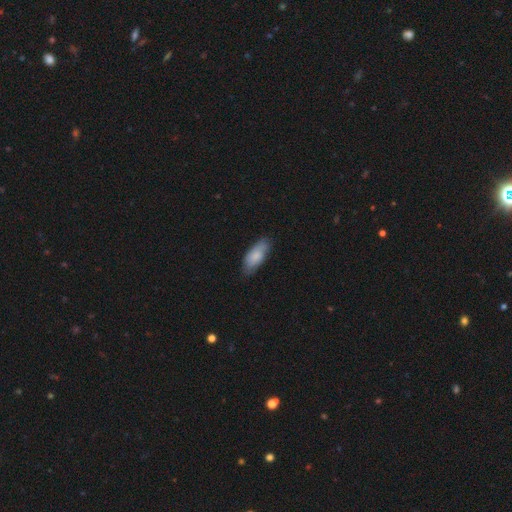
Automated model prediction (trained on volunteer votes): A smooth galaxy with no disk features (76%) that is in between round and cigar-shaped (83%).

Vote fractions:
- Smooth or featured? smooth: 76% / featured or disk: 18% / star or artifact: 6%
- How rounded? in between: 83% / cigar-shaped: 16% / round: 2%
- Merging? none: 72% / minor disturbance: 23% / major disturbance: 4% / merger: 1%